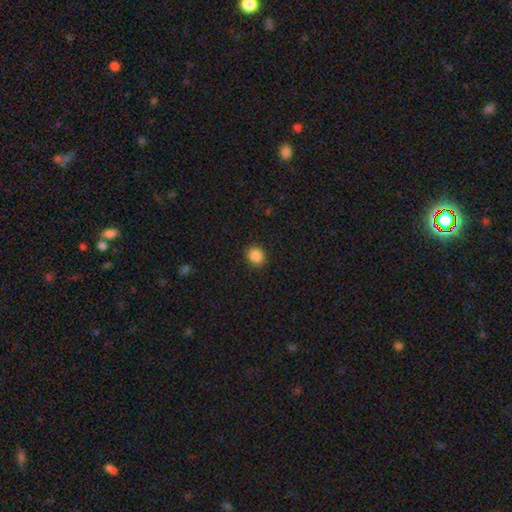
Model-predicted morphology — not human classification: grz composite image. It shows a smooth galaxy with no disk features (87%) that is round (67%). Merging: none (90%).